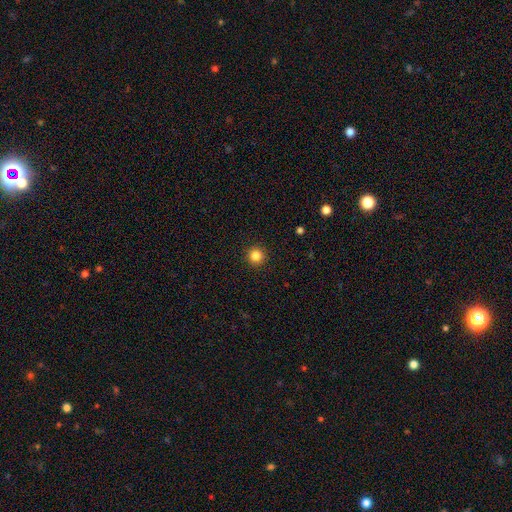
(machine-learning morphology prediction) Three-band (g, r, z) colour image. It shows a smooth galaxy with no disk features (85%) that is round (95%). Merging: none (93%).